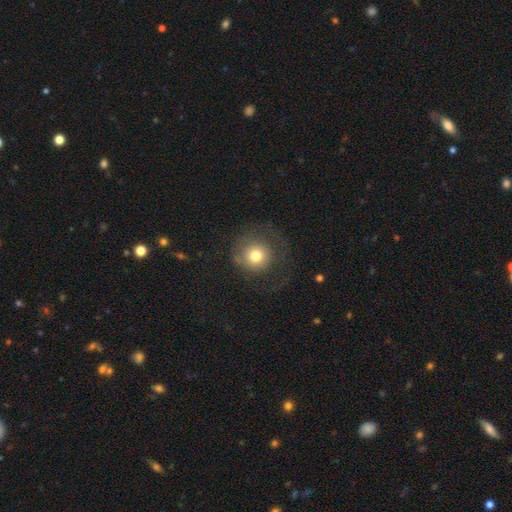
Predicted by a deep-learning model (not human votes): Smooth or featured?
  - smooth: 70% *
  - featured or disk: 20%
  - star or artifact: 10%
How rounded?
  - round: 91% *
  - in between: 8%
  - cigar-shaped: 1%
Merging?
  - none: 57% *
  - major disturbance: 25%
  - minor disturbance: 17%
  - merger: 2%